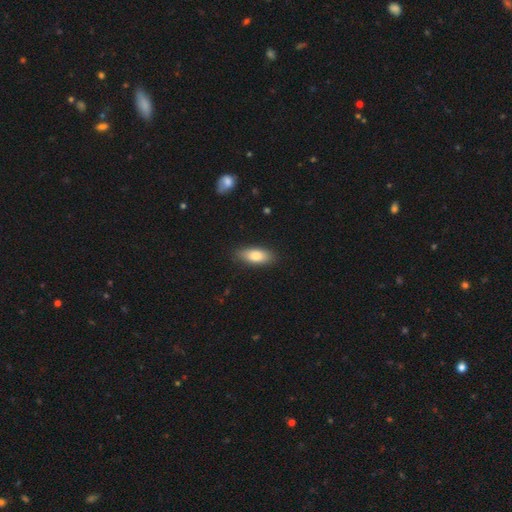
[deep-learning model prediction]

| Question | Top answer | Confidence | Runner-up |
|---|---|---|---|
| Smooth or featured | smooth | 81% | featured or disk (13%) |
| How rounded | in between | 80% | cigar-shaped (17%) |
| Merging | none | 85% | minor disturbance (11%) |